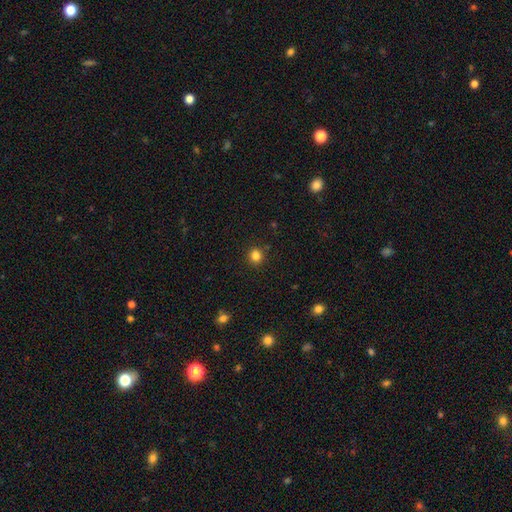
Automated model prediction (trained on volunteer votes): This appears to be a smooth galaxy with no disk features (83%) that is round (84%). Merging: none (89%).